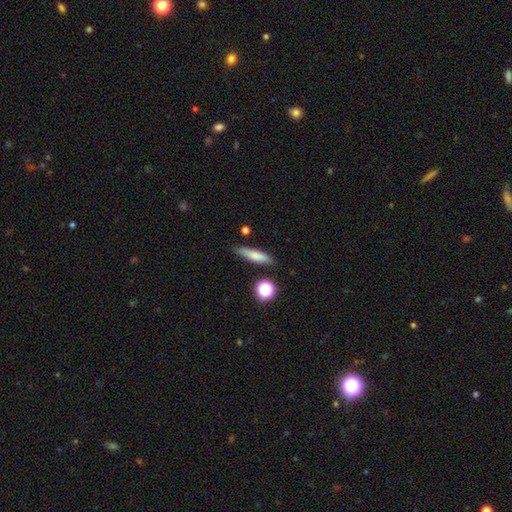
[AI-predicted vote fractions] A smooth galaxy with no disk features (76%) that is cigar-shaped (74%). Merging: none (81%).